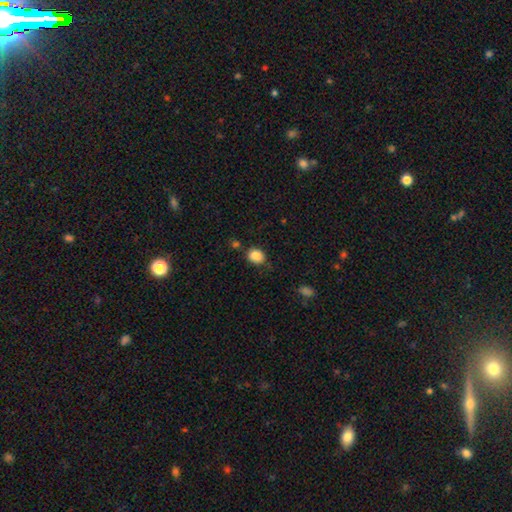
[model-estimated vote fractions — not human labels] smooth_or_featured: smooth (p=0.87) [alt: star or artifact p=0.10]
how_rounded: round (p=0.54) [alt: in between p=0.45]
merging: none (p=0.70) [alt: minor disturbance p=0.20]